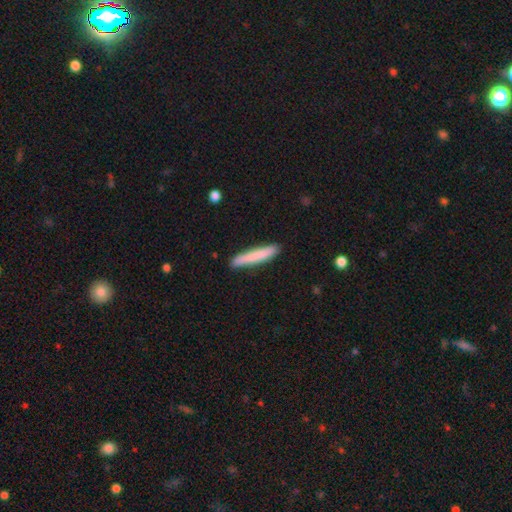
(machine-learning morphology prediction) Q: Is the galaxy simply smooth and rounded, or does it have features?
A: smooth — 80%.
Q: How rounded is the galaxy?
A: cigar-shaped — 94%.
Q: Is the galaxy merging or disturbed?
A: none — 87%.